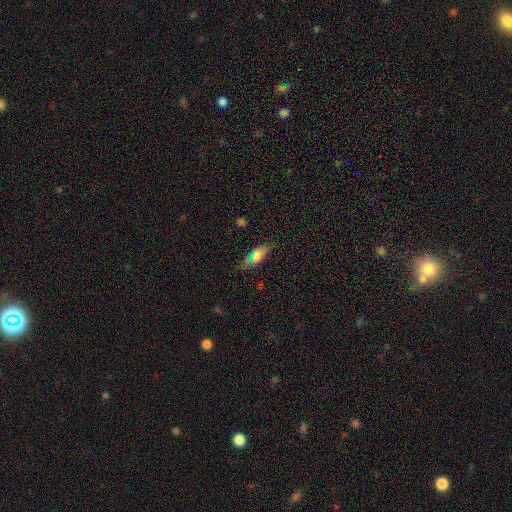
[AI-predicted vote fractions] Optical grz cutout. It shows a smooth galaxy with no disk features (64%) that is in between round and cigar-shaped (70%). Merging: none (72%).